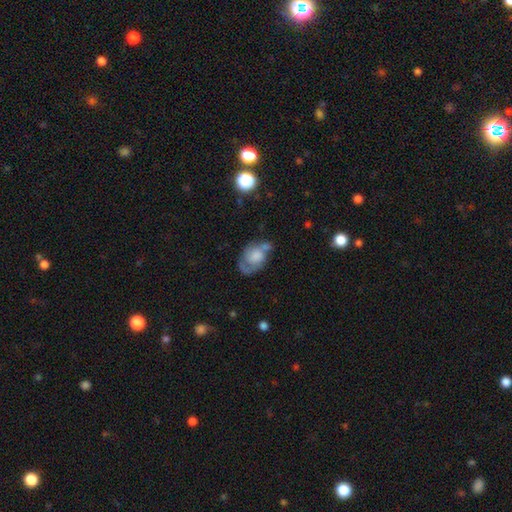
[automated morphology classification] Smooth or featured? featured or disk (57%)
Edge-on disk? no (97%)
Bar? no (78%)
Spiral arms? yes (77%)
Bulge size? large (32%)
Merging? none (39%)